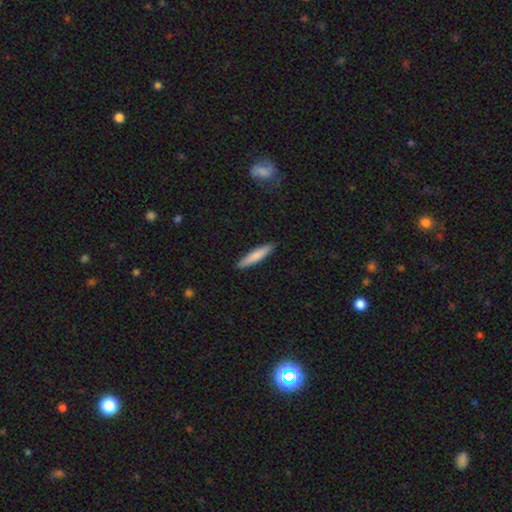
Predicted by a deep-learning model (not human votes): A smooth galaxy with no disk features (80%) that is cigar-shaped (88%).

Vote fractions:
- Smooth or featured? smooth: 80% / featured or disk: 14% / star or artifact: 5%
- How rounded? cigar-shaped: 88% / in between: 11% / round: 1%
- Merging? none: 91% / minor disturbance: 6% / major disturbance: 1% / merger: 1%